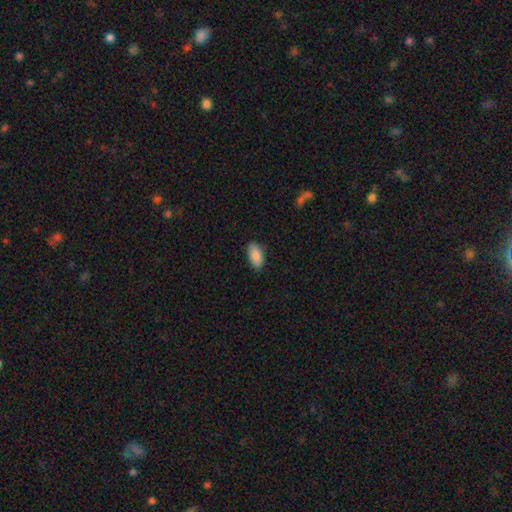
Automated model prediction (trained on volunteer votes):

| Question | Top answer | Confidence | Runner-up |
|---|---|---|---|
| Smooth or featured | smooth | 88% | star or artifact (6%) |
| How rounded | in between | 92% | cigar-shaped (6%) |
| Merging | none | 86% | minor disturbance (10%) |